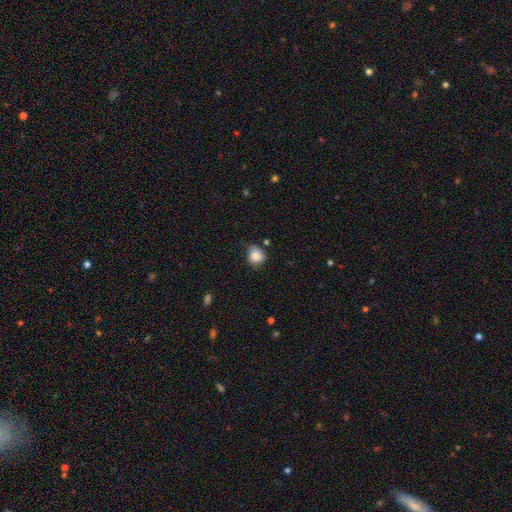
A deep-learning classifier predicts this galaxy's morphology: Smooth or featured: smooth — 84% (star or artifact — 9%)
How rounded: round — 73% (in between — 26%)
Merging: none — 59% (minor disturbance — 31%)